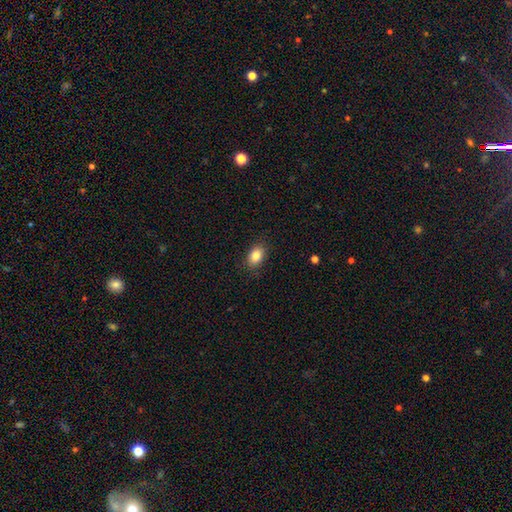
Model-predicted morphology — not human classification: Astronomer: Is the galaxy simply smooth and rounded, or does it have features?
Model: smooth — 84%.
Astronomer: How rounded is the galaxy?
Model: in between — 83%.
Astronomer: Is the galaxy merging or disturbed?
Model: none — 87%.